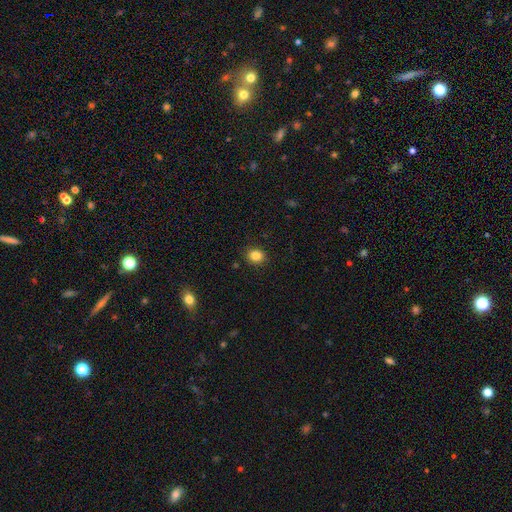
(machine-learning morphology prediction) Smooth or featured? Predicted: smooth (p=0.84). How rounded? Predicted: round (p=0.69). Merging? Predicted: none (p=0.90).